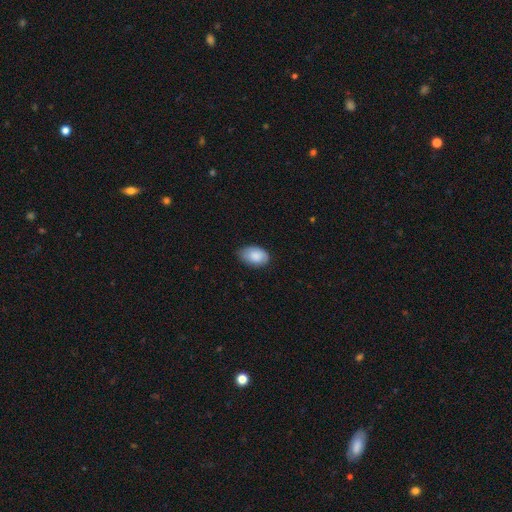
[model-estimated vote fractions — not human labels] The model was most divided on "merging": none: 72%, minor disturbance: 24%, major disturbance: 3%, merger: 1%. More confident: how rounded — in between (91%); smooth or featured — smooth (86%).